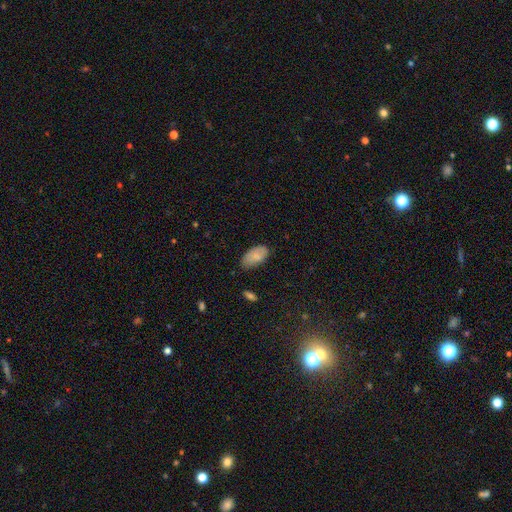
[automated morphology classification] smooth_or_featured: smooth (p=0.83) [alt: featured or disk p=0.10]
how_rounded: in between (p=0.94) [alt: cigar-shaped p=0.03]
merging: none (p=0.69) [alt: minor disturbance p=0.24]